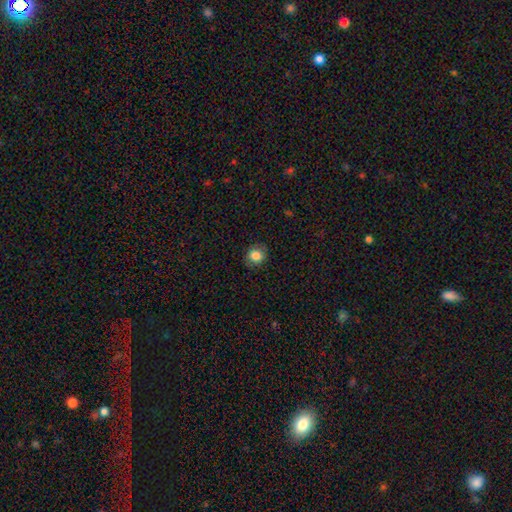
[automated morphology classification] A smooth galaxy with no disk features (82%) that is round (78%). Merging: none (86%).